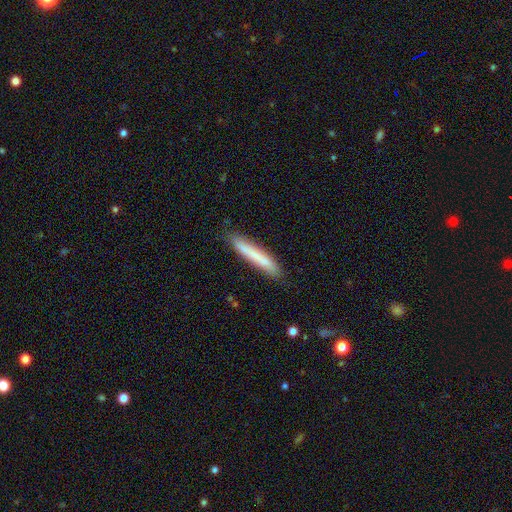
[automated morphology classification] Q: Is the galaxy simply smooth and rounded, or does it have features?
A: smooth — 73%.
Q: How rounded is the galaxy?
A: cigar-shaped — 95%.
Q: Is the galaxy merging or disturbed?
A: none — 85%.